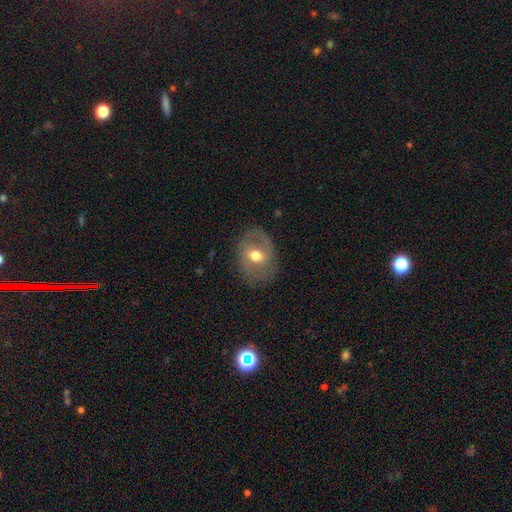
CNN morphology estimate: Smooth or featured: featured or disk — 50% (smooth — 42%)
Edge-on disk: no — 93% (yes — 7%)
Merging: none — 74% (minor disturbance — 17%)